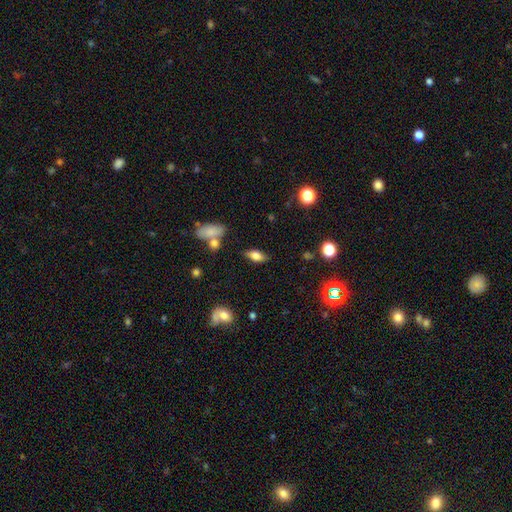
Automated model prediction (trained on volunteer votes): Smooth or featured?
  - smooth: 67% *
  - featured or disk: 23%
  - star or artifact: 10%
How rounded?
  - in between: 80% *
  - cigar-shaped: 14%
  - round: 6%
Merging?
  - none: 79% *
  - minor disturbance: 13%
  - merger: 4%
  - major disturbance: 4%